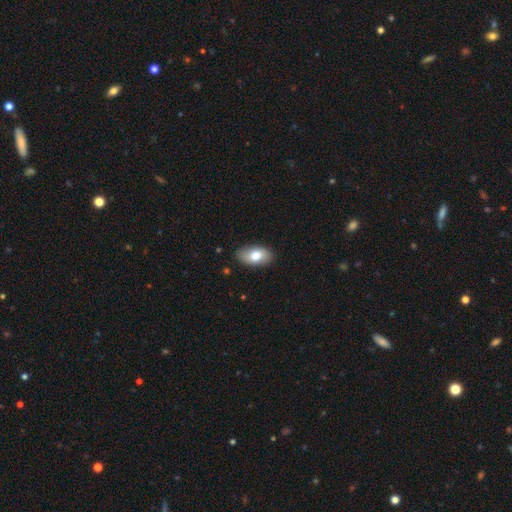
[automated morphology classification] A smooth galaxy with no disk features (76%) that is in between round and cigar-shaped (93%).

Vote fractions:
- Smooth or featured? smooth: 76% / featured or disk: 17% / star or artifact: 6%
- How rounded? in between: 93% / round: 4% / cigar-shaped: 2%
- Merging? none: 86% / minor disturbance: 11% / major disturbance: 2% / merger: 1%